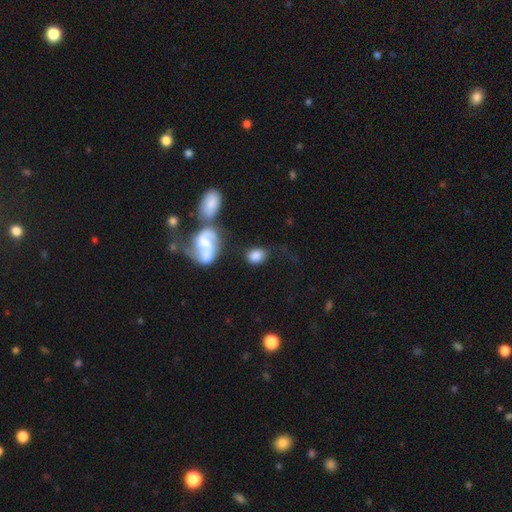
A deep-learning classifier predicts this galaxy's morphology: smooth 77%, featured or disk 15%, star or artifact 8%. Down the decision tree: how rounded — in between (66%); merging — none (49%).